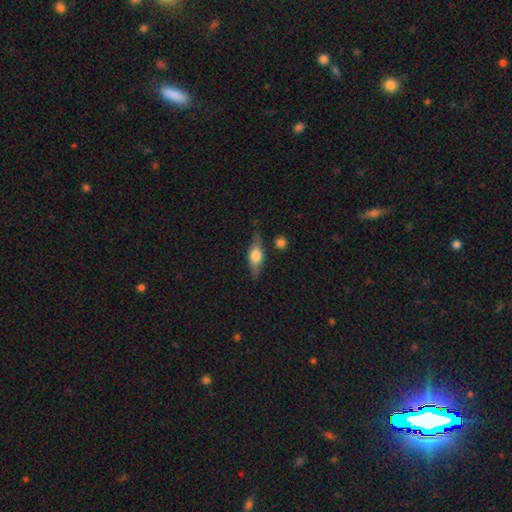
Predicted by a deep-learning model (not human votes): This appears to be a featured or disk galaxy (53%) viewed edge-on (91%). Merging: none (78%).